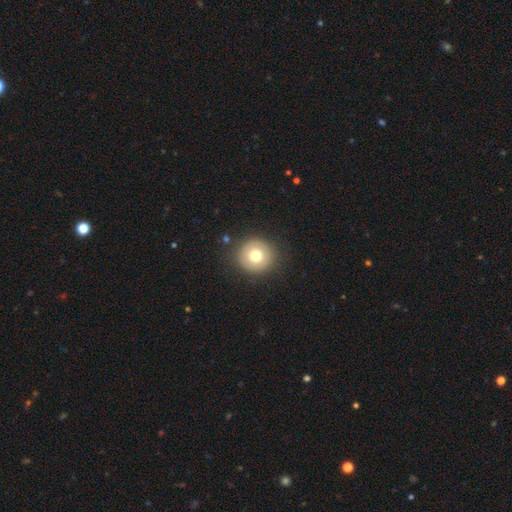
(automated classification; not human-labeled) Morphology: type=smooth (73%); roundness=round (93%); merging=none (88%).